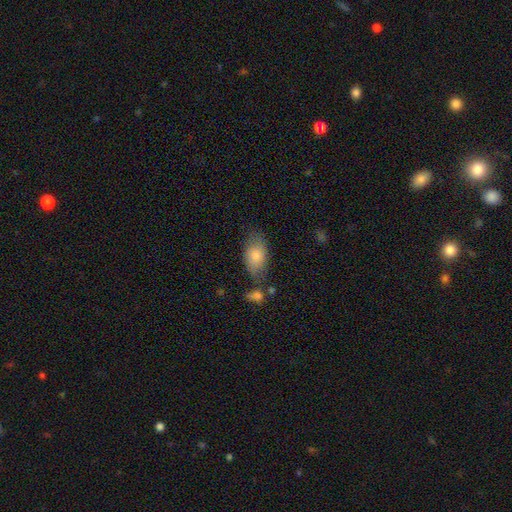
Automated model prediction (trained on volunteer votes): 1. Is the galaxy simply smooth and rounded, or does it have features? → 78% smooth, 14% featured or disk, 7% star or artifact.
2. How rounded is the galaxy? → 90% in between, 7% round, 3% cigar-shaped.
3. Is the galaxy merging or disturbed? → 61% none, 22% minor disturbance, 9% merger, 7% major disturbance.